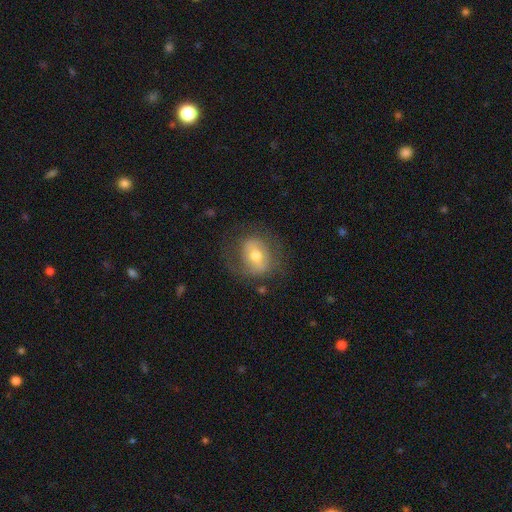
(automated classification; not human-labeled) smooth_or_featured: smooth (p=0.46) [tied with: featured or disk p=0.46]
merging: none (p=0.64) [alt: minor disturbance p=0.20]